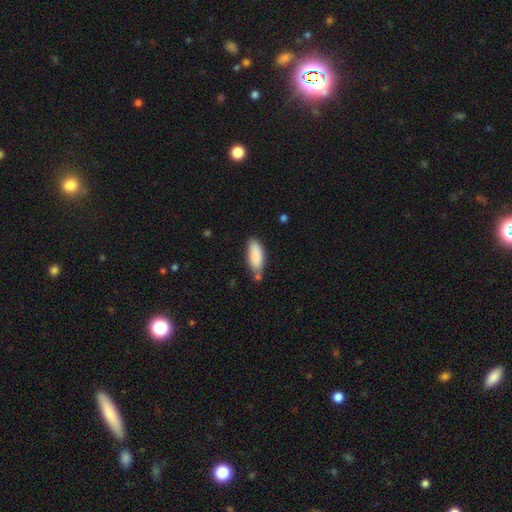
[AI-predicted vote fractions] Smooth or featured? Predicted: smooth (p=0.88). How rounded? Predicted: in between (p=0.77). Merging? Predicted: none (p=0.63).